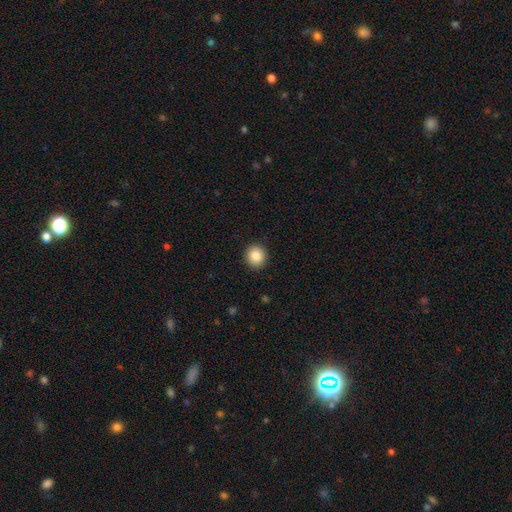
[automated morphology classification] smooth-or-featured: smooth: 86% | star or artifact: 9% | featured or disk: 5%
  how-rounded: round: 87% | in between: 12% | cigar-shaped: 1%
  merging: none: 92% | minor disturbance: 6% | major disturbance: 2% | merger: 1%